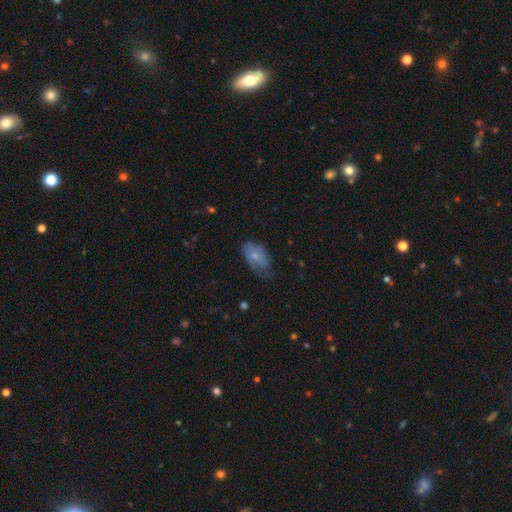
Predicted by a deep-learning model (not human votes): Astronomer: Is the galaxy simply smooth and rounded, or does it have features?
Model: smooth — 67%.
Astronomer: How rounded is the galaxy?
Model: in between — 92%.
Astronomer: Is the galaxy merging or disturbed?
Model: none — 46% (runner-up: minor disturbance, 36%).